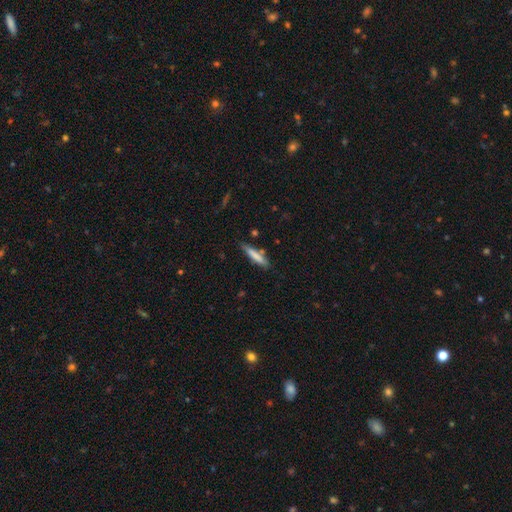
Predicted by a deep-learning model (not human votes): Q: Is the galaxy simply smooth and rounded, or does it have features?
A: smooth — 75%.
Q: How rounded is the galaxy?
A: cigar-shaped — 89%.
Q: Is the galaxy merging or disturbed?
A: none — 77%.